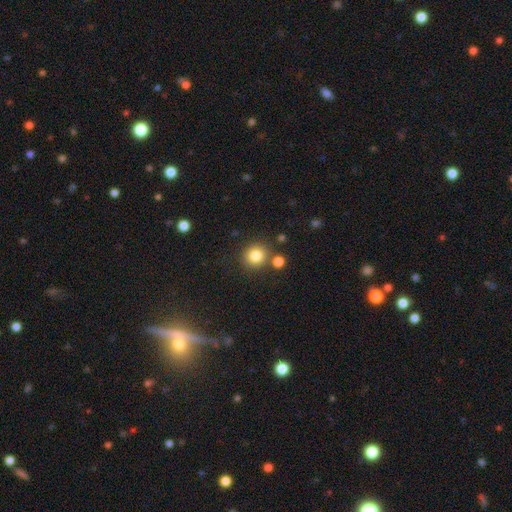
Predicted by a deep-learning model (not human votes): The model was most divided on "merging": none: 79%, merger: 10%, minor disturbance: 9%, major disturbance: 3%. More confident: how rounded — round (89%); smooth or featured — smooth (82%).